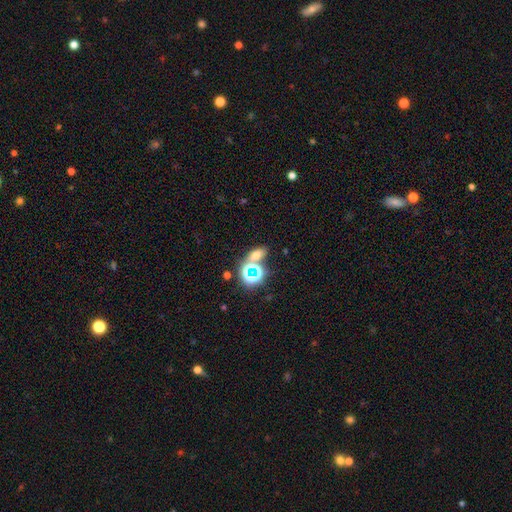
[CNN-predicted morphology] Smooth or featured: smooth — 53% (star or artifact — 35%)
How rounded: in between — 68% (round — 26%)
Merging: none — 62% (merger — 23%)